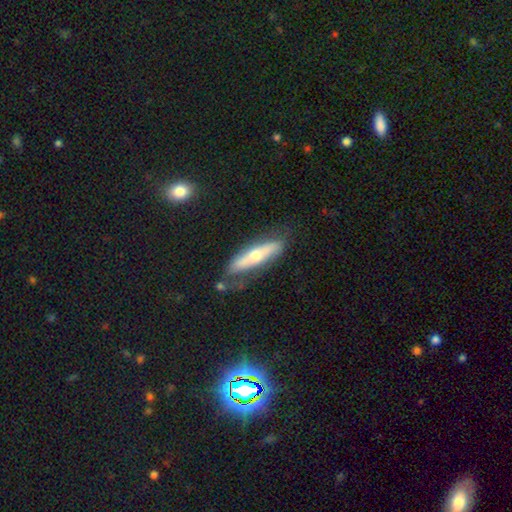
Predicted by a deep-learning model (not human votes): This is possibly a featured or disk galaxy (53%). It is likely viewed edge-on (61%). Merging: likely none (64%).